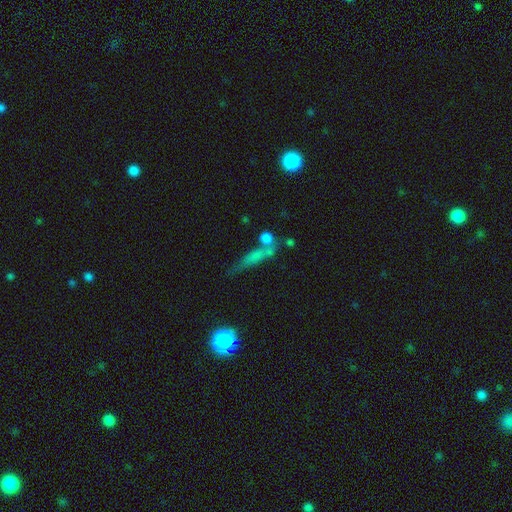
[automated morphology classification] smooth 54%, featured or disk 29%, star or artifact 17%. Down the decision tree: how rounded — cigar-shaped (66%); merging — none (50%).